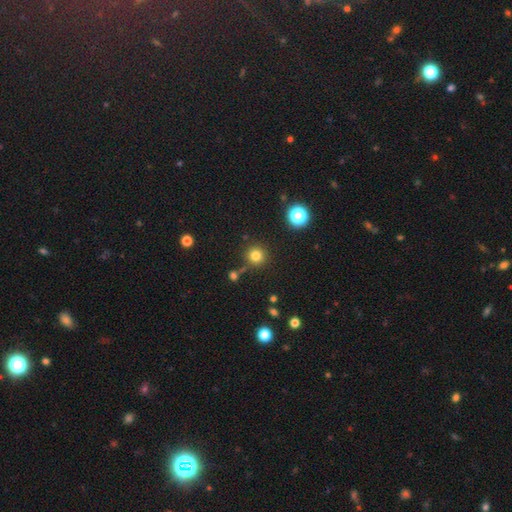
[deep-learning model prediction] Q: Smooth or featured?
A: smooth (78%); runner-up: star or artifact (16%)
Q: How rounded?
A: round (95%); runner-up: in between (4%)
Q: Merging?
A: none (83%); runner-up: minor disturbance (8%)